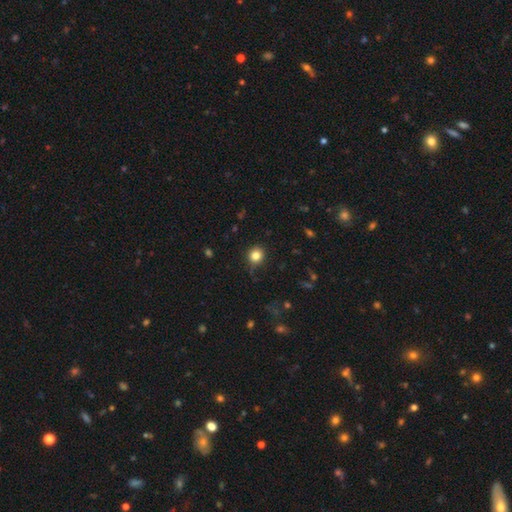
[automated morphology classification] Overall: smooth (83%). How rounded: round (88%). Merging: none (84%).